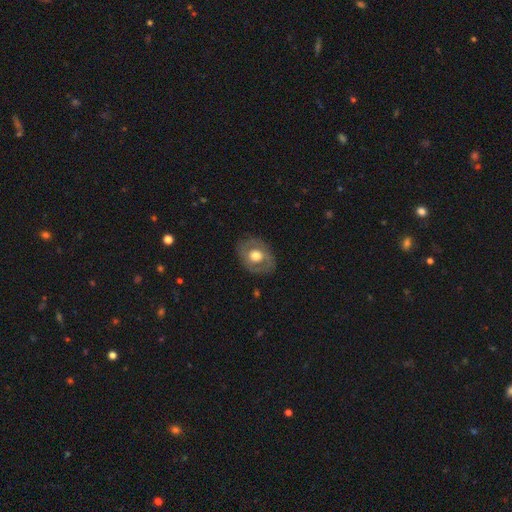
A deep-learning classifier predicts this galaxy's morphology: Smooth or featured?
  - featured or disk: 52% *
  - smooth: 42%
  - star or artifact: 6%
Edge-on disk?
  - no: 94% *
  - yes: 6%
Merging?
  - none: 78% *
  - minor disturbance: 15%
  - major disturbance: 6%
  - merger: 1%